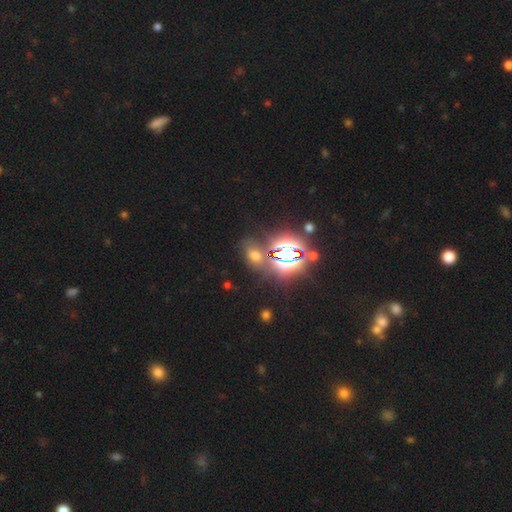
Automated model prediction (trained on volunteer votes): smooth_or_featured: star or artifact (p=0.49) [alt: smooth p=0.39]